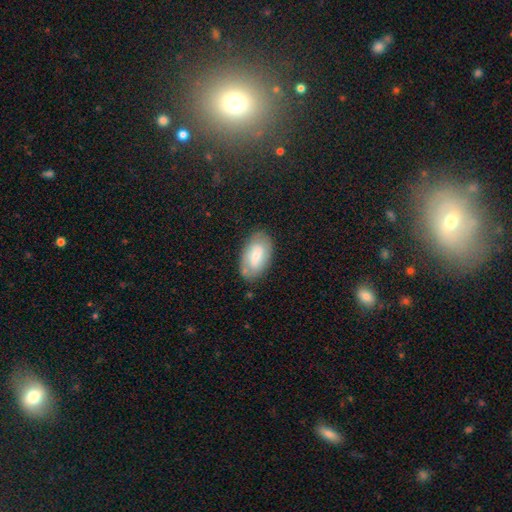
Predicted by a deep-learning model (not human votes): Smooth or featured?
  - smooth: 60% *
  - featured or disk: 32%
  - star or artifact: 8%
How rounded?
  - in between: 93% *
  - round: 5%
  - cigar-shaped: 2%
Merging?
  - none: 78% *
  - minor disturbance: 16%
  - major disturbance: 4%
  - merger: 2%